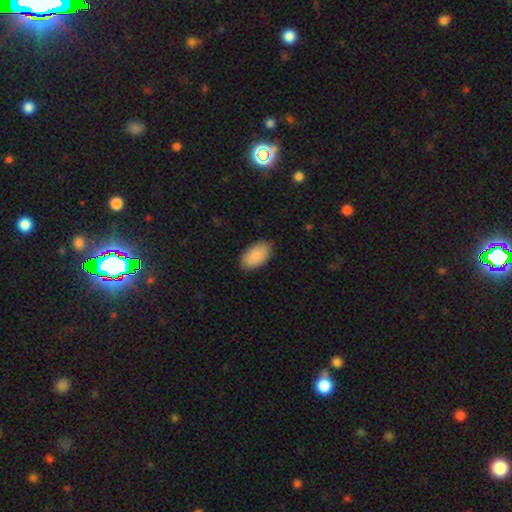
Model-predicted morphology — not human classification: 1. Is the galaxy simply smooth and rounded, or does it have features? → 91% smooth, 6% star or artifact, 3% featured or disk.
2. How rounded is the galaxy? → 95% in between, 3% round, 1% cigar-shaped.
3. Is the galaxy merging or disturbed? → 86% none, 10% minor disturbance, 2% major disturbance, 1% merger.